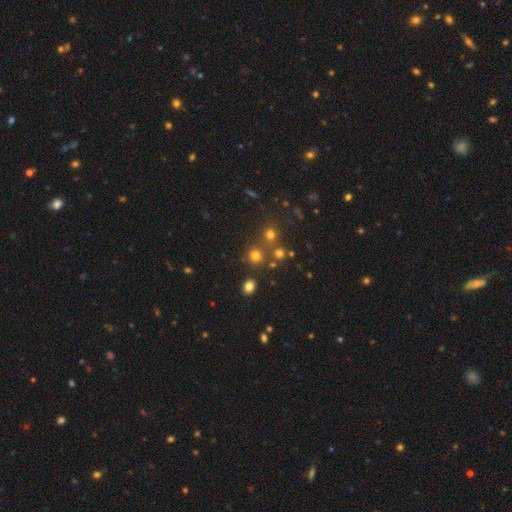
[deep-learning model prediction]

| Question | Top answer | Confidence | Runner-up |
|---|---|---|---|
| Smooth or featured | smooth | 73% | star or artifact (20%) |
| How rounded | round | 85% | in between (14%) |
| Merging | none | 75% | merger (14%) |